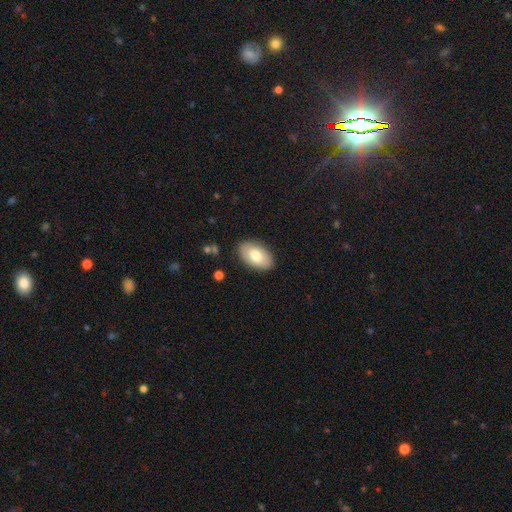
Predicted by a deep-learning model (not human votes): Smooth or featured? smooth (75%)
How rounded? in between (94%)
Merging? none (86%)